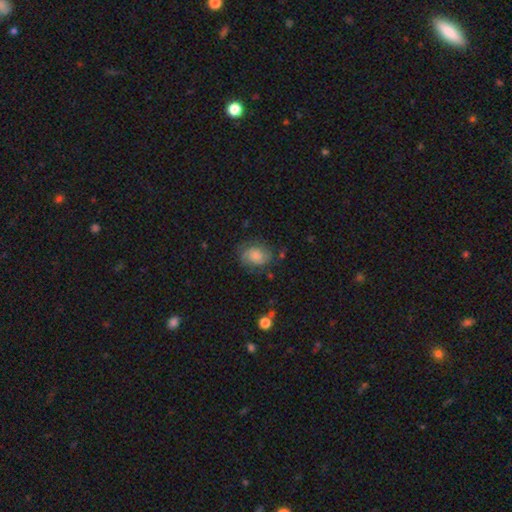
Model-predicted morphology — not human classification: A featured or disk galaxy (46%). Merging: none (64%).